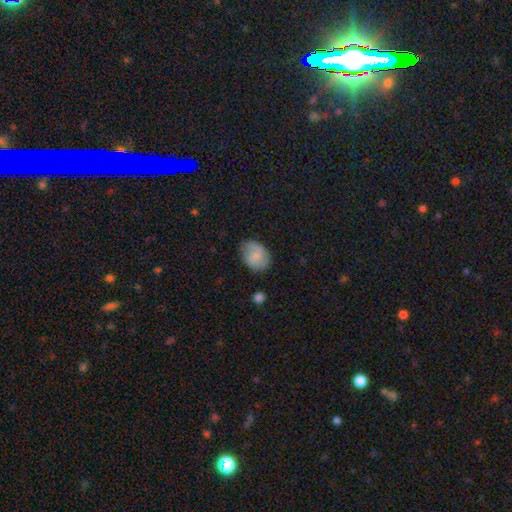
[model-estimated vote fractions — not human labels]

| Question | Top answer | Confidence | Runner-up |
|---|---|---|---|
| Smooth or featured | smooth | 54% | featured or disk (38%) |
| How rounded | in between | 62% | round (36%) |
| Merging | none | 71% | minor disturbance (21%) |